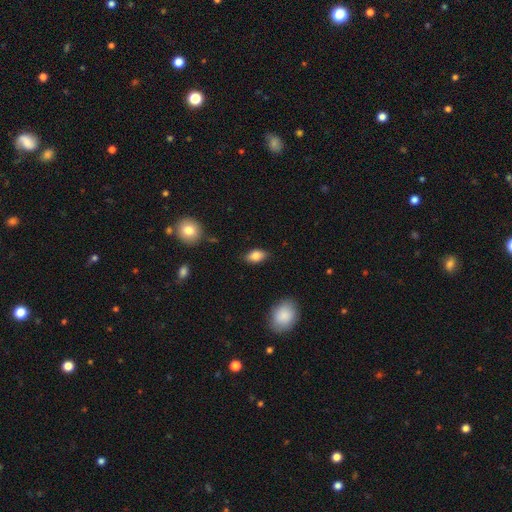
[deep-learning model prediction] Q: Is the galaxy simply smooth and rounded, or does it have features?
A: smooth — 82%.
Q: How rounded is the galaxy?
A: in between — 88%.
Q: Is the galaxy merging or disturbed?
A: none — 81%.